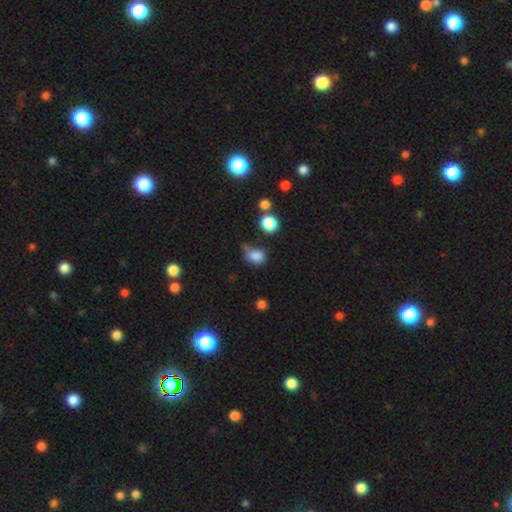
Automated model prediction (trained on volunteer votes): Smooth or featured: smooth — 81% (star or artifact — 12%)
How rounded: in between — 54% (round — 44%)
Merging: none — 44% (minor disturbance — 34%)